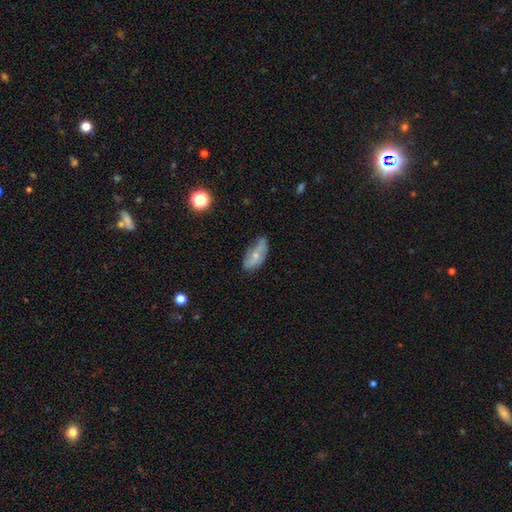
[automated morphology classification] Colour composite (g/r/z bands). It shows a smooth galaxy with no disk features (58%) that is in between round and cigar-shaped (87%). Merging: none (47%).